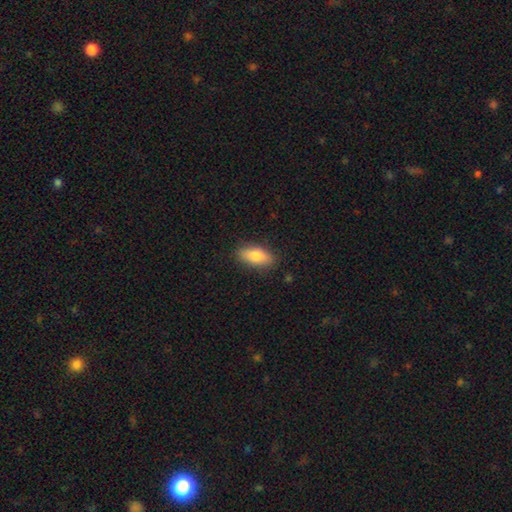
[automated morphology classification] type=smooth (83%); roundness=in between (86%); merging=none (85%).